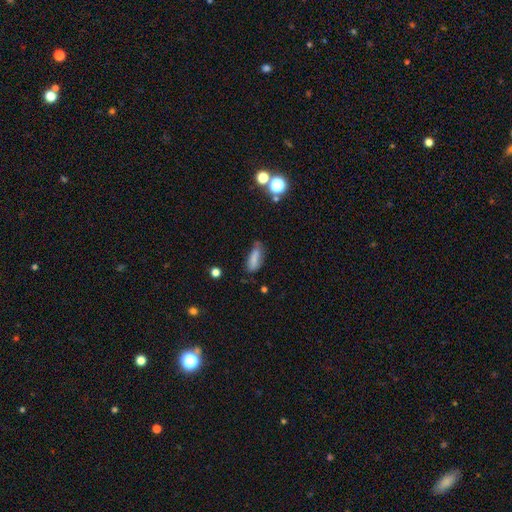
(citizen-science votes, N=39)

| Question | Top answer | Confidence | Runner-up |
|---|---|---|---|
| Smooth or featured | smooth | 72% | featured or disk (18%) |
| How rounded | in between | 57% | cigar-shaped (39%) |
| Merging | none | 46% | minor disturbance (43%) |